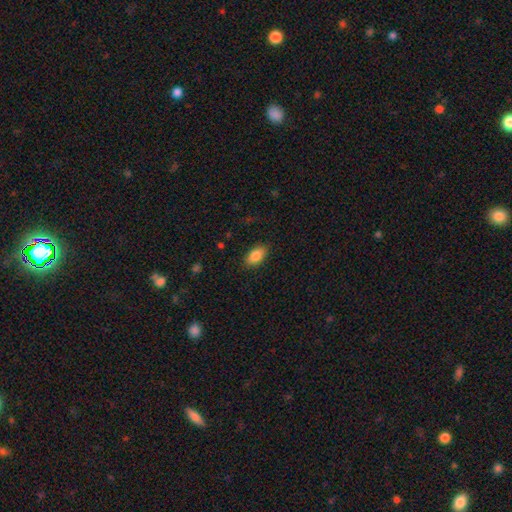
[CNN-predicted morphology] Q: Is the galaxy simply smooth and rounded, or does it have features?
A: smooth — 86%.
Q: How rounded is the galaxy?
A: in between — 92%.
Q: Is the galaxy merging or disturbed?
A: none — 87%.